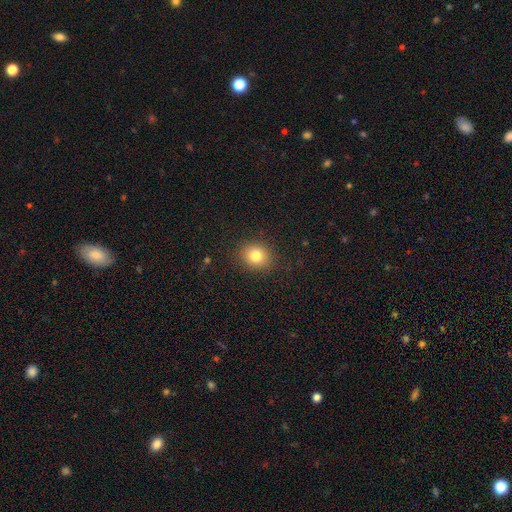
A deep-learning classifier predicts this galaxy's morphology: A smooth galaxy with no disk features (80%) that is round (74%).

Vote fractions:
- Smooth or featured? smooth: 80% / star or artifact: 12% / featured or disk: 8%
- How rounded? round: 74% / in between: 25% / cigar-shaped: 1%
- Merging? none: 88% / minor disturbance: 8% / major disturbance: 3% / merger: 1%